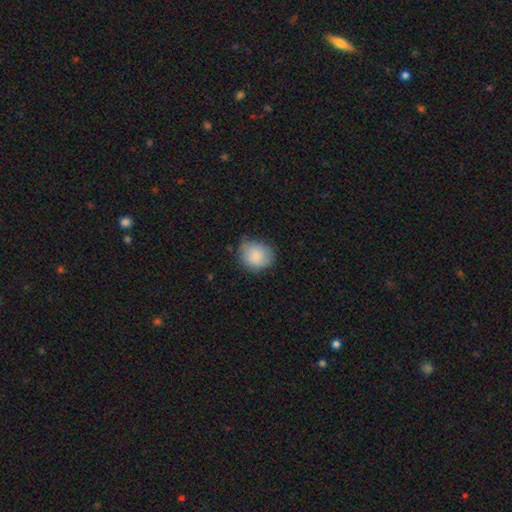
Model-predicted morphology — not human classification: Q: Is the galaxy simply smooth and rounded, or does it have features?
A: smooth — 85%.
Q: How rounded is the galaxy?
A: round — 67%.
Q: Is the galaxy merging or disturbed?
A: none — 71%.